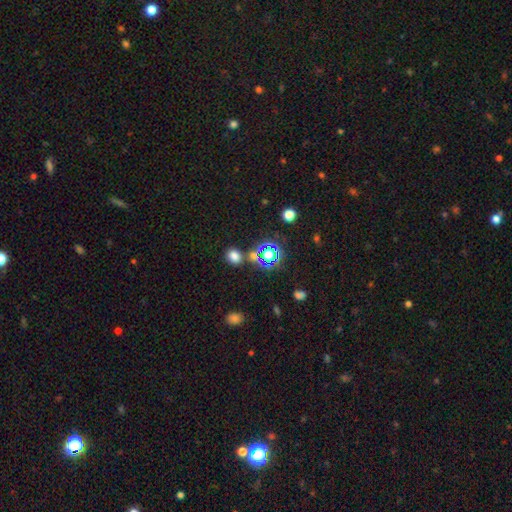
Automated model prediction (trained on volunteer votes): Overall: star or artifact (60%; smooth 33%).